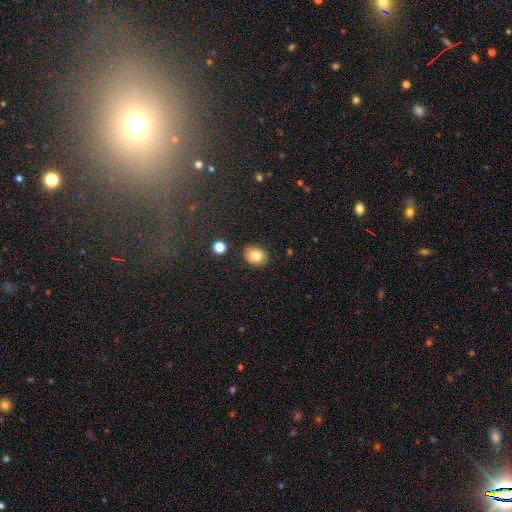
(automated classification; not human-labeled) smooth_or_featured: smooth (p=0.83) [alt: star or artifact p=0.09]
how_rounded: round (p=0.55) [alt: in between p=0.44]
merging: none (p=0.84) [alt: minor disturbance p=0.11]